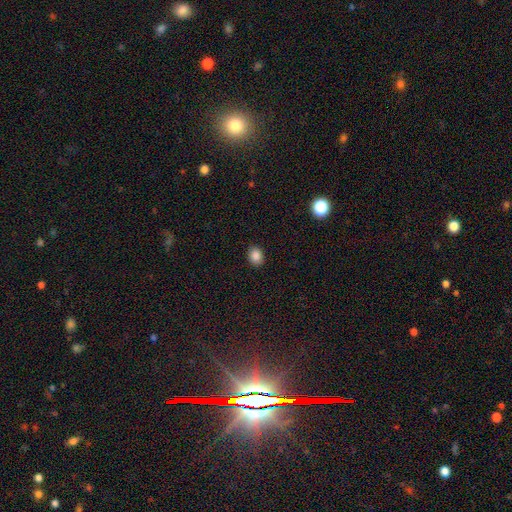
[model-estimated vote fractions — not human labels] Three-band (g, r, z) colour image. It shows a smooth galaxy with no disk features (87%) that is in between round and cigar-shaped (58%). Merging: none (89%).